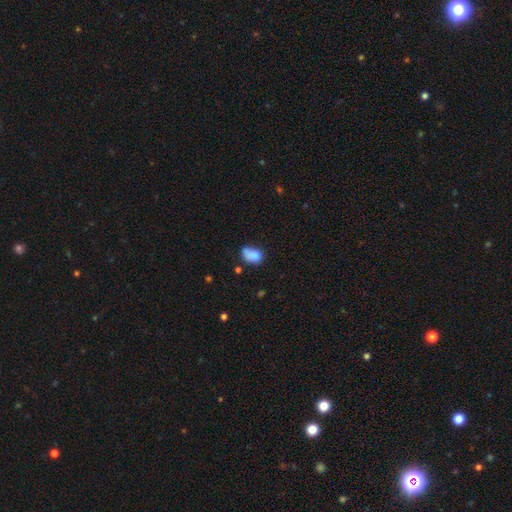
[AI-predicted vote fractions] Smooth or featured? Predicted: smooth (p=0.77). How rounded? Predicted: in between (p=0.77). Merging? Predicted: none (p=0.35).